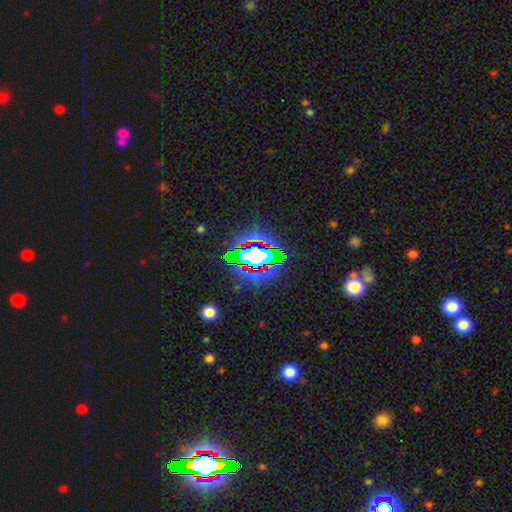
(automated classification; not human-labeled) A star or artifact, not a galaxy (63%).